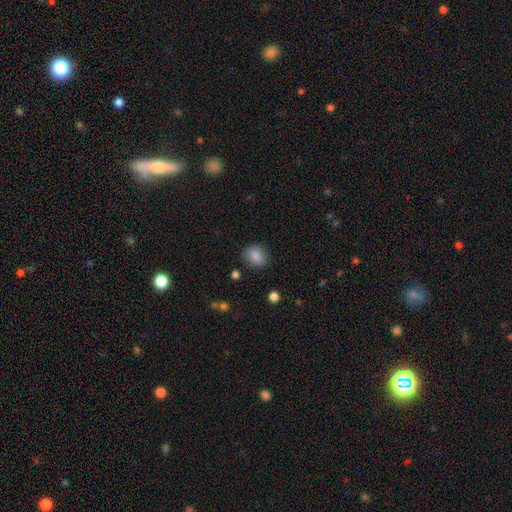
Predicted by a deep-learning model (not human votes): A smooth galaxy with no disk features (84%) that is round (73%).

Vote fractions:
- Smooth or featured? smooth: 84% / star or artifact: 9% / featured or disk: 7%
- How rounded? round: 73% / in between: 26% / cigar-shaped: 1%
- Merging? none: 85% / minor disturbance: 11% / major disturbance: 3% / merger: 2%